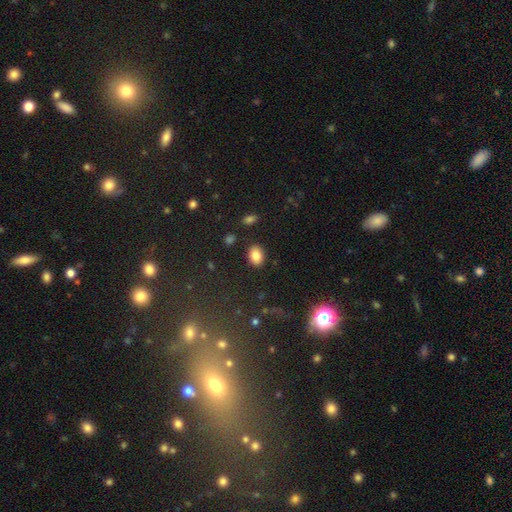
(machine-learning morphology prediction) type=smooth (85%); roundness=in between (75%); merging=none (86%).